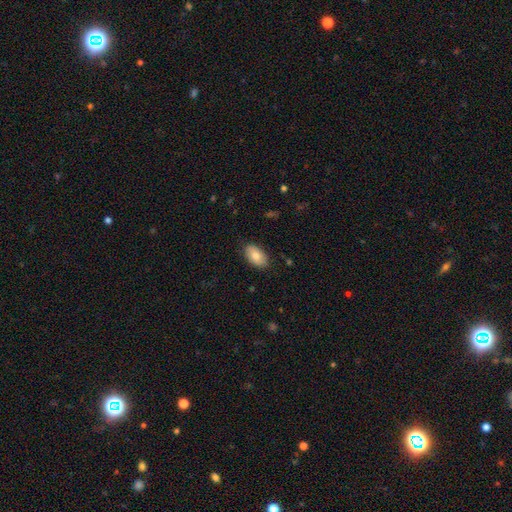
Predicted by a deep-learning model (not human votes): smooth-or-featured: smooth: 80% | featured or disk: 14% | star or artifact: 6%
  how-rounded: in between: 94% | round: 4% | cigar-shaped: 2%
  merging: none: 86% | minor disturbance: 11% | major disturbance: 2% | merger: 1%